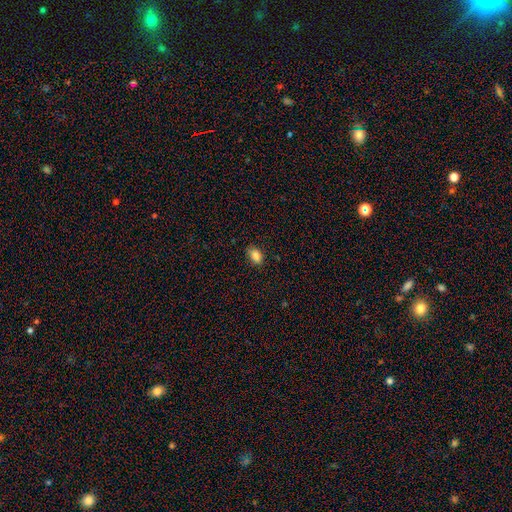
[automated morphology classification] Overall: smooth (86%). How rounded: in between (84%). Merging: none (83%).